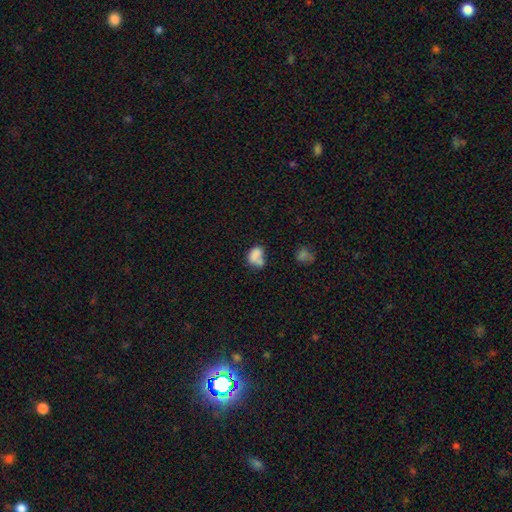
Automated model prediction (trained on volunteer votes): smooth-or-featured: smooth: 73% | featured or disk: 16% | star or artifact: 10%
  how-rounded: in between: 73% | round: 26% | cigar-shaped: 2%
  merging: merger: 42% | none: 27% | minor disturbance: 18% | major disturbance: 14%